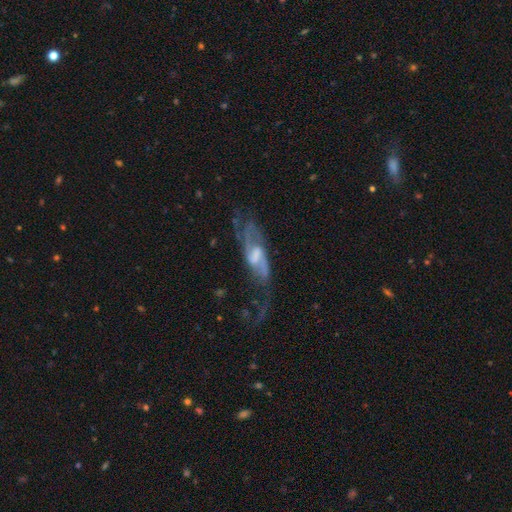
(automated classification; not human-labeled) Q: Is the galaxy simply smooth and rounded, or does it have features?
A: featured or disk — 79%.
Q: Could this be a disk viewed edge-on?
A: no — 84%.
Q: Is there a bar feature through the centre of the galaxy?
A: weak — 51%.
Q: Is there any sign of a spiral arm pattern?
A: yes — 90%.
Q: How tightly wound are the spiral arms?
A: loose — 48%.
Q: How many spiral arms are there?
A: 2 — 76%.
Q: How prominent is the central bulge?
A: moderate — 40%.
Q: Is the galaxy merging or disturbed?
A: none — 49%.